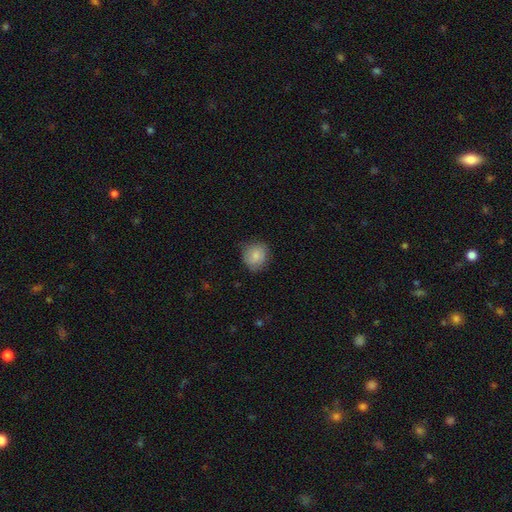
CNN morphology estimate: smooth_or_featured: smooth (p=0.83) [alt: featured or disk p=0.09]
how_rounded: round (p=0.79) [alt: in between p=0.20]
merging: none (p=0.74) [alt: minor disturbance p=0.21]